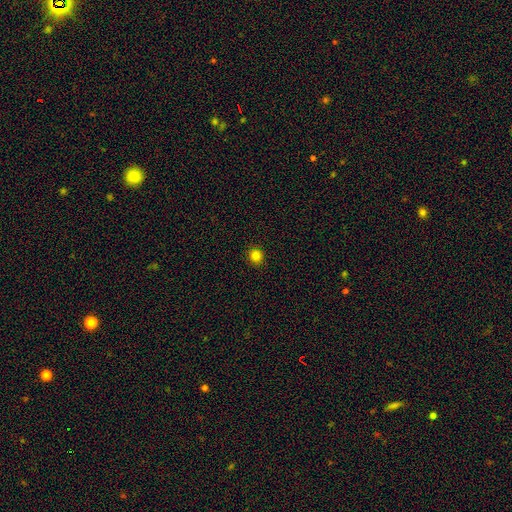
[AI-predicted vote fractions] A smooth galaxy with no disk features (82%) that is round (90%).

Vote fractions:
- Smooth or featured? smooth: 82% / star or artifact: 13% / featured or disk: 4%
- How rounded? round: 90% / in between: 9% / cigar-shaped: 1%
- Merging? none: 92% / minor disturbance: 5% / major disturbance: 2% / merger: 1%